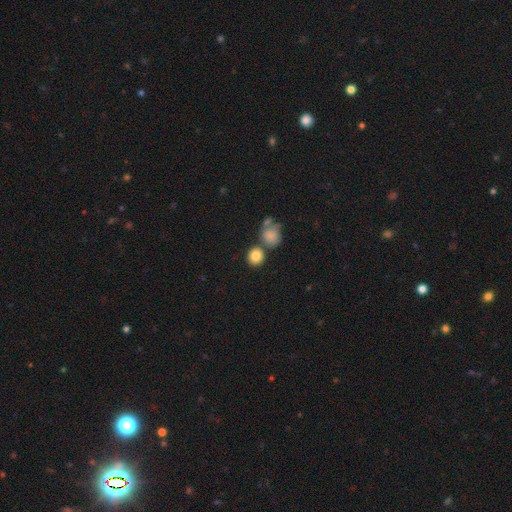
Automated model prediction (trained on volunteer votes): This is clearly a smooth galaxy (84%). How rounded: clearly round (82%). Merging: likely none (67%).